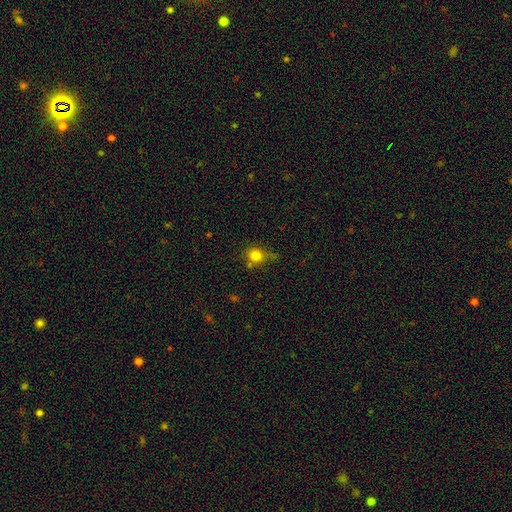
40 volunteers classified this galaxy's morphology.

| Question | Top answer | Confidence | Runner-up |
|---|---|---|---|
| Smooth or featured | smooth | 82% | star or artifact (12%) |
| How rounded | round | 79% | in between (21%) |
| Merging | none | 60% | minor disturbance (26%) |